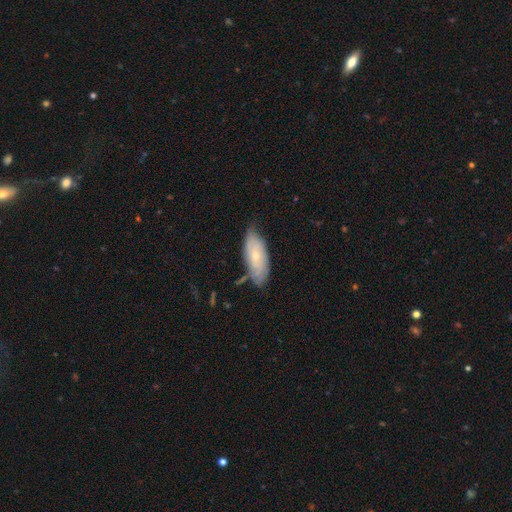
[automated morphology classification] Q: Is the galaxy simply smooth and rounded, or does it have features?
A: smooth — 52%.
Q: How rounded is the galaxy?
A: in between — 81%.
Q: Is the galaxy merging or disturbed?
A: none — 61%.